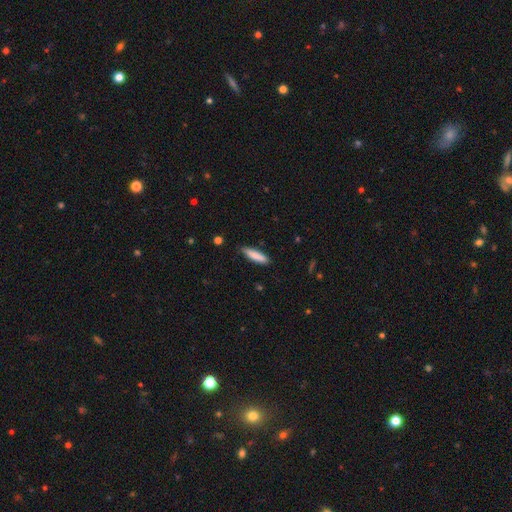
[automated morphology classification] This is clearly a smooth galaxy (84%). How rounded: likely cigar-shaped (74%). Merging: clearly none (85%).